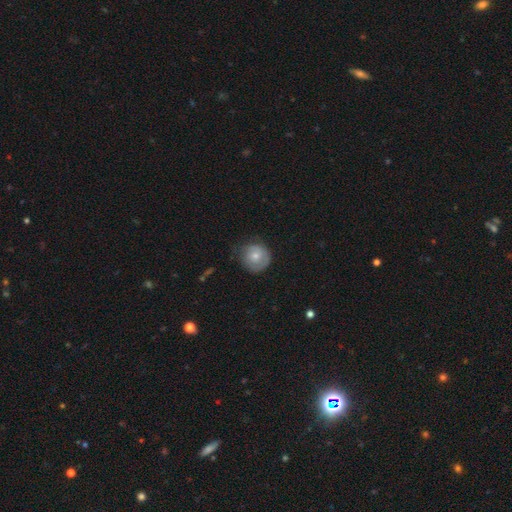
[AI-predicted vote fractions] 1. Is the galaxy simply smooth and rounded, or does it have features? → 59% smooth, 34% featured or disk, 7% star or artifact.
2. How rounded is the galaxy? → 89% round, 10% in between, 1% cigar-shaped.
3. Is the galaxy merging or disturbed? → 62% none, 28% minor disturbance, 9% major disturbance, 1% merger.